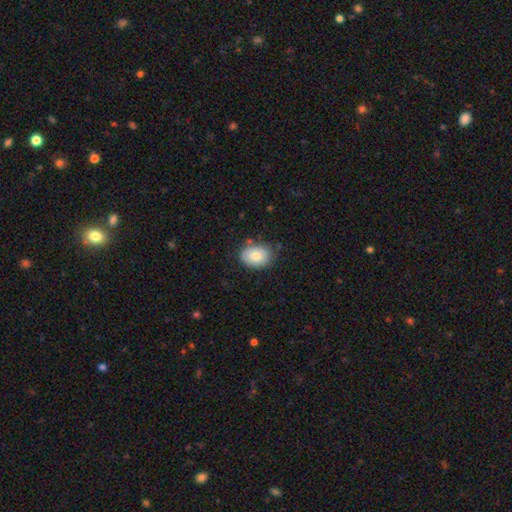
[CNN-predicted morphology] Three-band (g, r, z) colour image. It shows a smooth galaxy with no disk features (80%) that is in between round and cigar-shaped (72%). Merging: none (78%).